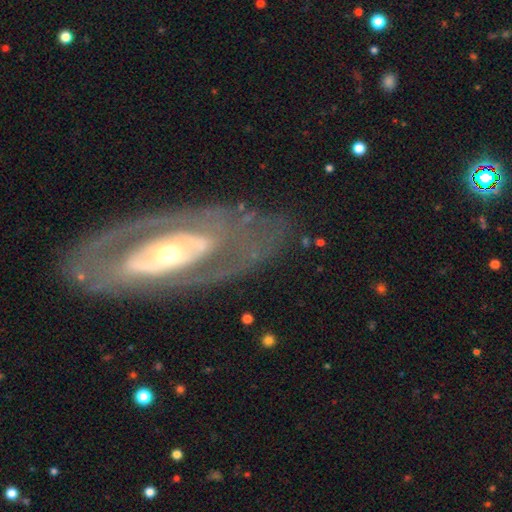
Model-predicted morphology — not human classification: Smooth or featured? Predicted: featured or disk (p=0.81). Edge-on disk? Predicted: no (p=0.87). Bar? Predicted: no (p=0.62). Spiral arms? Predicted: yes (p=0.57). Bulge size? Predicted: moderate (p=0.58). Merging? Predicted: none (p=0.76).